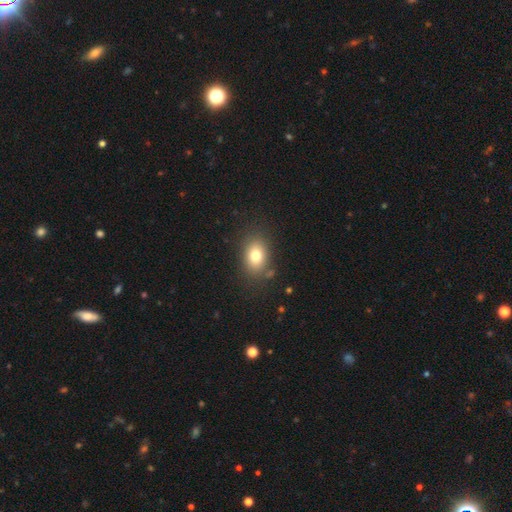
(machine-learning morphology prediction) The model was most divided on "how rounded": in between: 72%, round: 26%, cigar-shaped: 1%. More confident: merging — none (81%); smooth or featured — smooth (78%).